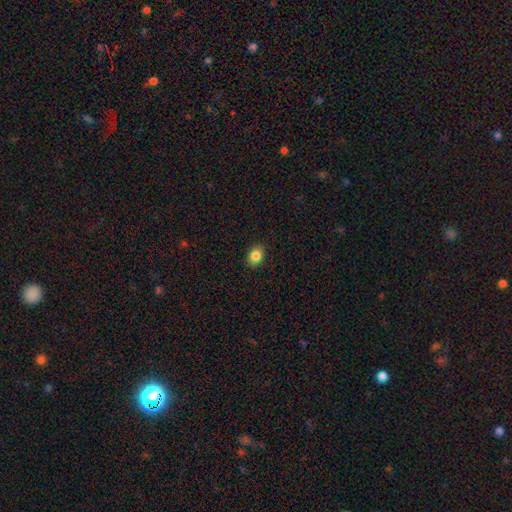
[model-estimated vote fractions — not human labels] Smooth or featured? Predicted: smooth (p=0.85). How rounded? Predicted: in between (p=0.60). Merging? Predicted: none (p=0.90).